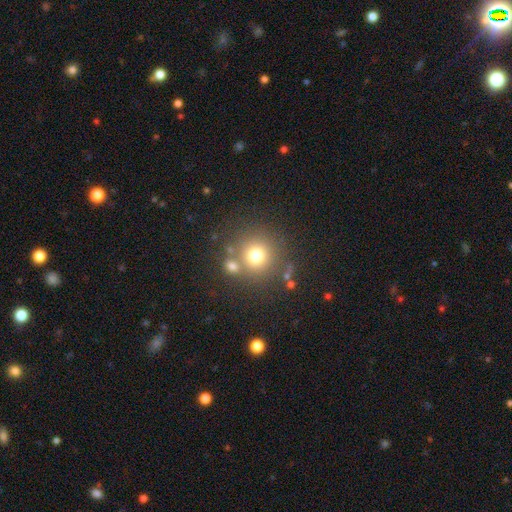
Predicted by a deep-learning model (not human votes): This appears to be a smooth galaxy with no disk features (73%) that is round (93%). Merging: none (71%).